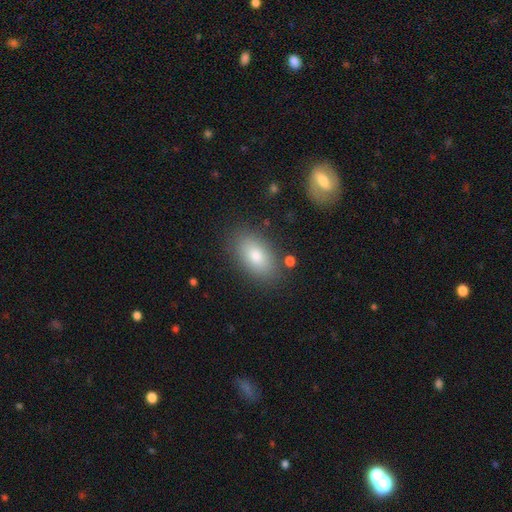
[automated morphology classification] A smooth galaxy with no disk features (80%) that is in between round and cigar-shaped (92%). Merging: none (83%).